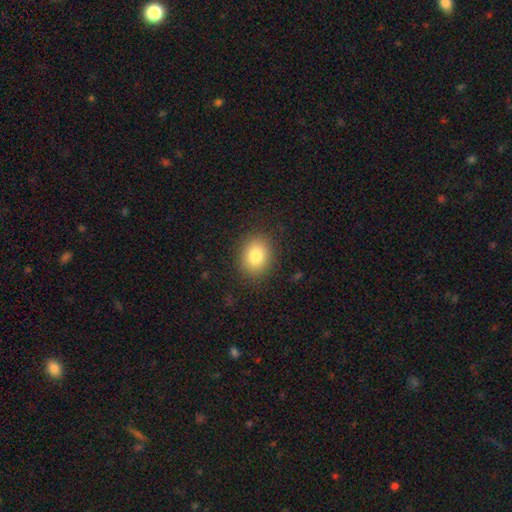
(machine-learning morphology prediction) Smooth or featured? smooth (82%)
How rounded? round (57%)
Merging? none (87%)